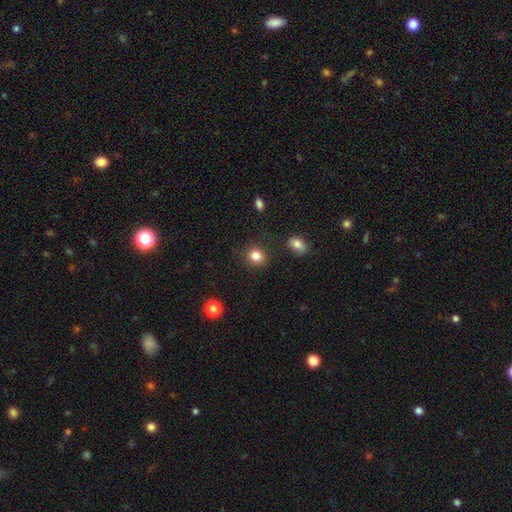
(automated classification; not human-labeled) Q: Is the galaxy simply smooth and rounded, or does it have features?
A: smooth — 84%.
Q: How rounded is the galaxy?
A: round — 83%.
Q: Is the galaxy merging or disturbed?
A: none — 88%.